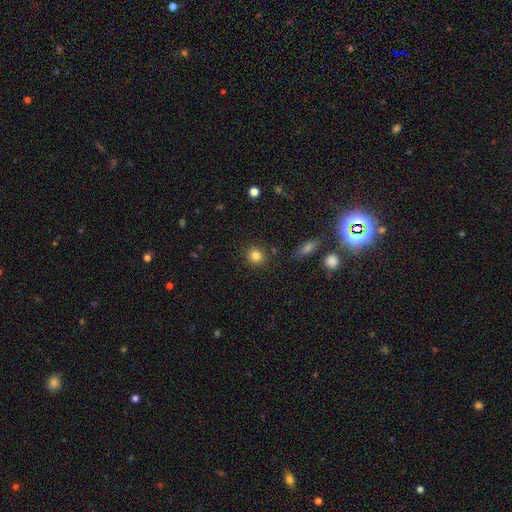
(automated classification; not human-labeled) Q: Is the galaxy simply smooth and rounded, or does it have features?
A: smooth — 83%.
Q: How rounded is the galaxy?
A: round — 89%.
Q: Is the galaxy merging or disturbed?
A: none — 87%.